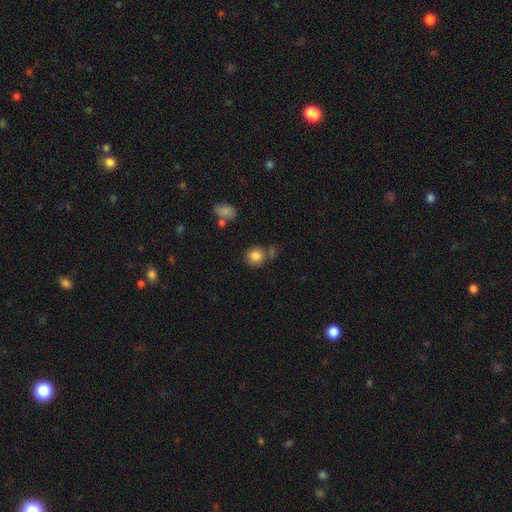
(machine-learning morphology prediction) smooth-or-featured: smooth: 84% | star or artifact: 10% | featured or disk: 7%
  how-rounded: round: 83% | in between: 16% | cigar-shaped: 1%
  merging: none: 68% | minor disturbance: 14% | merger: 13% | major disturbance: 5%